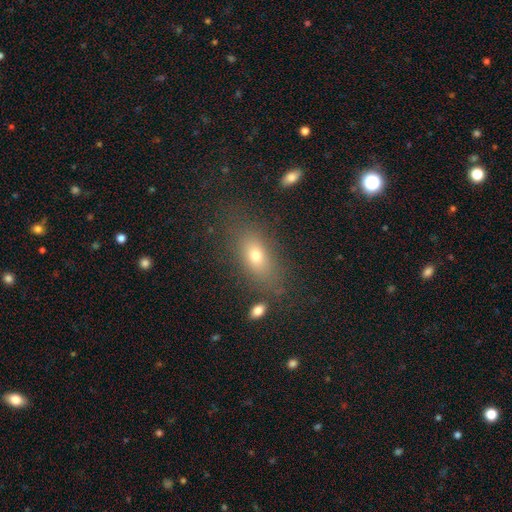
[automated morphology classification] smooth-or-featured: smooth: 66% | featured or disk: 19% | star or artifact: 15%
  how-rounded: in between: 71% | cigar-shaped: 19% | round: 10%
  merging: none: 76% | minor disturbance: 14% | major disturbance: 7% | merger: 3%